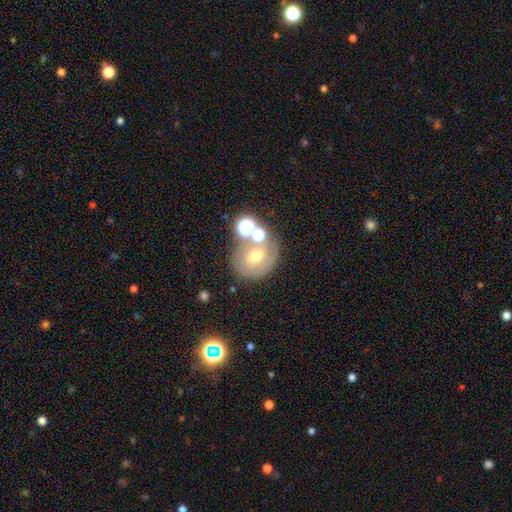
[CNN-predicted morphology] A smooth galaxy with no disk features (48%).

Vote fractions:
- Smooth or featured? smooth: 48% / featured or disk: 35% / star or artifact: 17%
- Merging? none: 50% / merger: 28% / minor disturbance: 14% / major disturbance: 8%